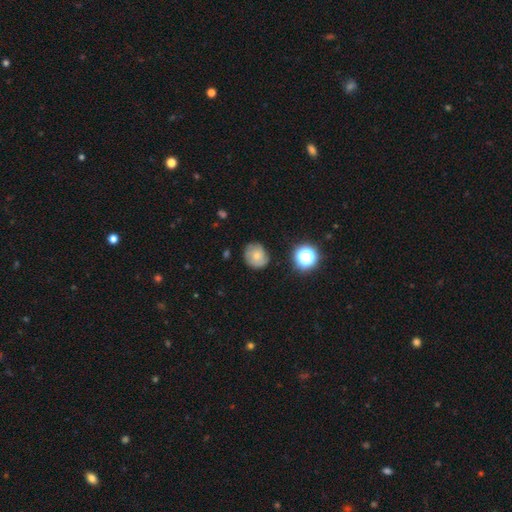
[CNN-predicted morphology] This appears to be a smooth galaxy with no disk features (61%) that is round (79%). Merging: none (72%).